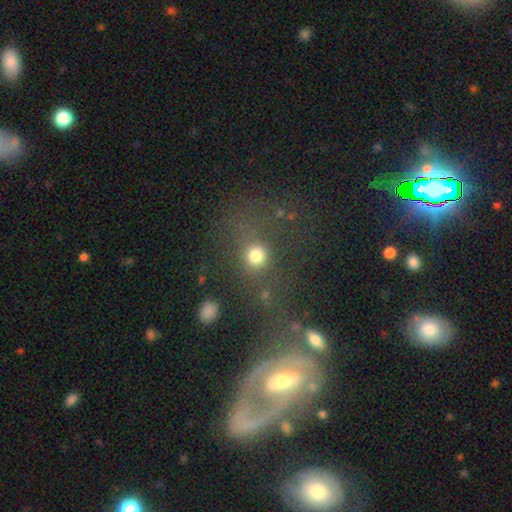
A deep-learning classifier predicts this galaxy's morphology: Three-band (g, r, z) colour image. It shows a smooth galaxy with no disk features (71%) that is round (77%). Merging: none (60%).